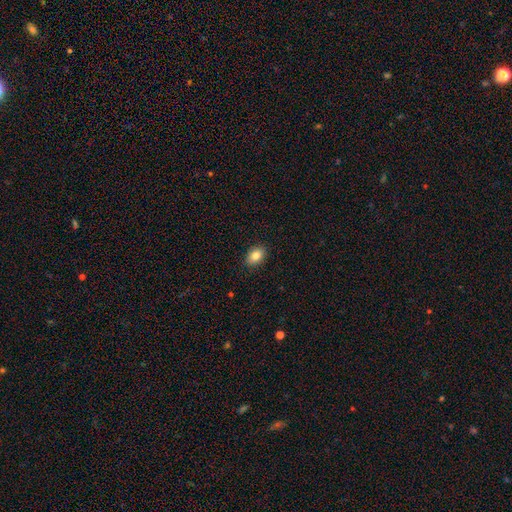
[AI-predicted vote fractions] Morphology: type=smooth (84%); roundness=in between (84%); merging=none (89%).